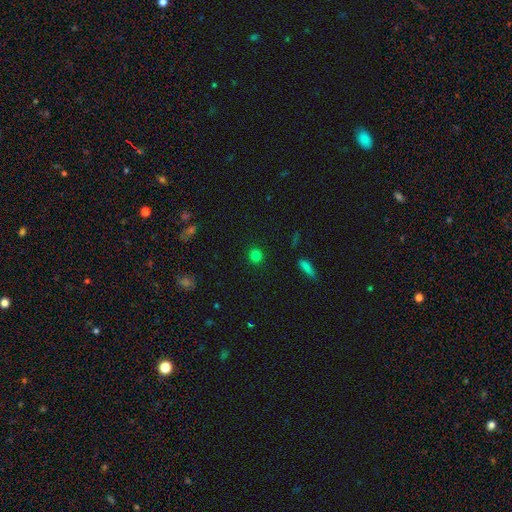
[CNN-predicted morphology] smooth 80%, star or artifact 15%, featured or disk 6%. Down the decision tree: how rounded — round (89%); merging — none (90%).